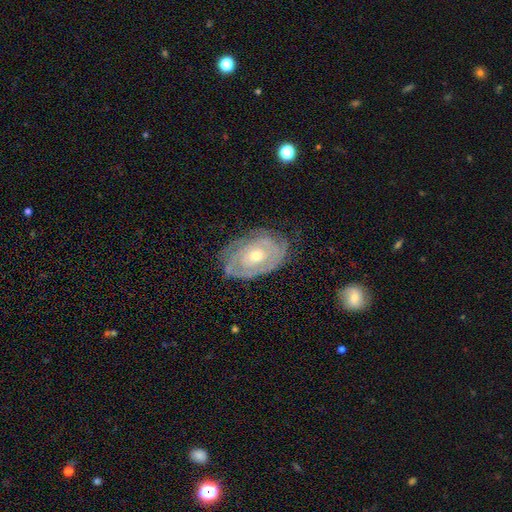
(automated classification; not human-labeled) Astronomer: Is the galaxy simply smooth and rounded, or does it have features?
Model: featured or disk — 83%.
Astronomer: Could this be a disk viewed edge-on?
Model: no — 95%.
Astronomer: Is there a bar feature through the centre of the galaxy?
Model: no — 78%.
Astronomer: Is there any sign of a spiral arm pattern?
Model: yes — 89%.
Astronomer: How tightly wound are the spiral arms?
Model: tight — 79%.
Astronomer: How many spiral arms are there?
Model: can't tell — 46% (runner-up: 2, 23%).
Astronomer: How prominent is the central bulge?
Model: moderate — 56% (runner-up: small, 40%).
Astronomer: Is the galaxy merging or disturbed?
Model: none — 72%.